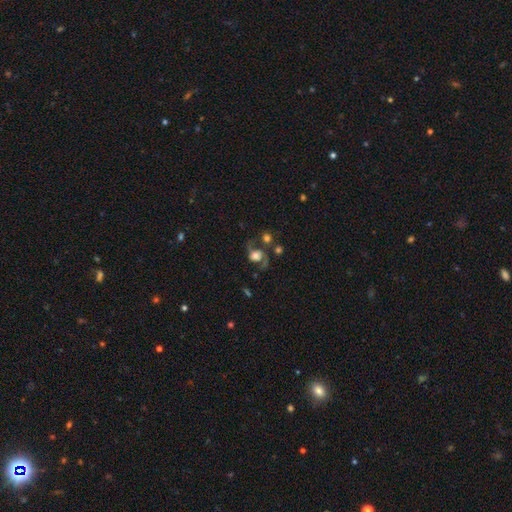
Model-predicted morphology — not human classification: Smooth or featured?
  - featured or disk: 63% *
  - smooth: 26%
  - star or artifact: 11%
Edge-on disk?
  - no: 97% *
  - yes: 3%
Bar?
  - no: 70% *
  - weak: 24%
  - strong: 6%
Spiral arms?
  - yes: 86% *
  - no: 14%
Spiral winding?
  - loose: 60% *
  - medium: 33%
  - tight: 7%
Spiral arm count?
  - 2: 86% *
  - 1: 8%
  - can't tell: 3%
  - 3: 1%
  - 4: 1%
  - more than 4: 1%
Bulge size?
  - large: 45% *
  - moderate: 32%
  - dominant: 9%
  - small: 9%
  - none: 5%
Merging?
  - none: 49% *
  - major disturbance: 19%
  - minor disturbance: 17%
  - merger: 15%